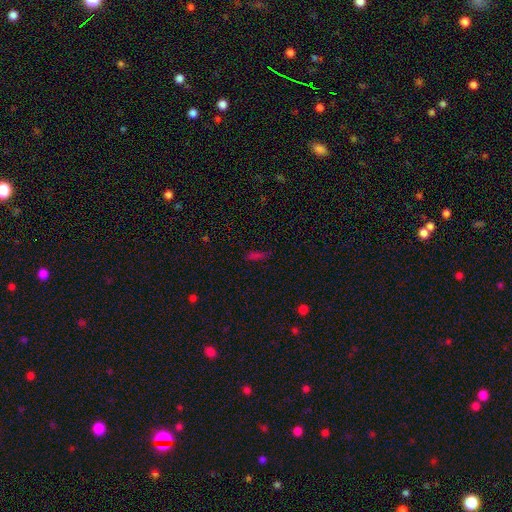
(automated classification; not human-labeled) A smooth galaxy with no disk features (65%) that is cigar-shaped (56%).

Vote fractions:
- Smooth or featured? smooth: 65% / star or artifact: 25% / featured or disk: 10%
- How rounded? cigar-shaped: 56% / in between: 39% / round: 5%
- Merging? none: 75% / minor disturbance: 17% / major disturbance: 5% / merger: 3%